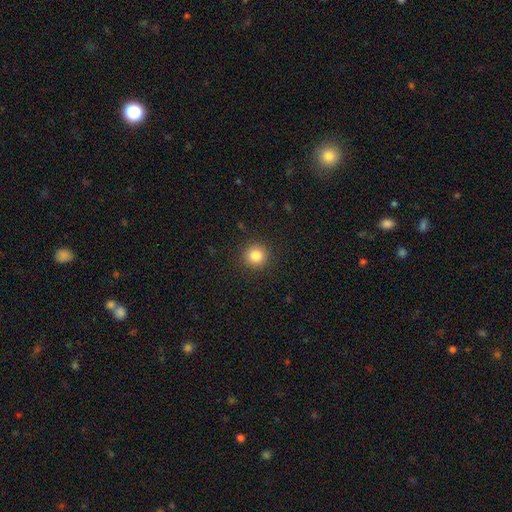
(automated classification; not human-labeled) This is clearly a smooth galaxy (84%). How rounded: clearly round (93%). Merging: clearly none (91%).